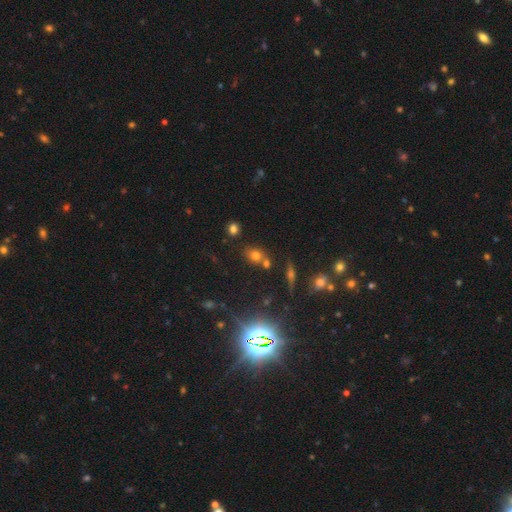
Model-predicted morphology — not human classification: smooth_or_featured: smooth (p=0.65) [alt: star or artifact p=0.22]
how_rounded: round (p=0.52) [alt: in between p=0.46]
merging: none (p=0.63) [alt: merger p=0.21]